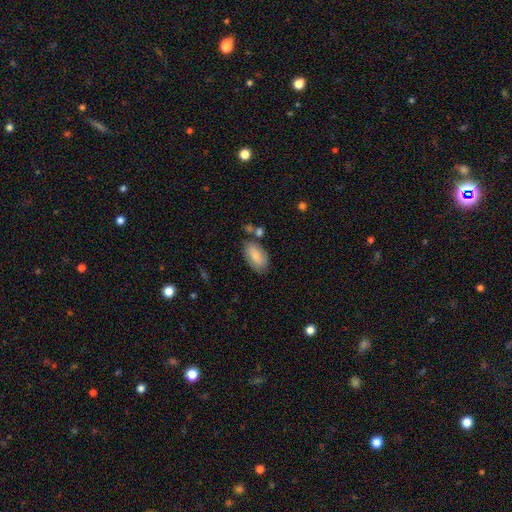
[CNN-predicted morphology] This is clearly a smooth galaxy (82%). How rounded: clearly in between (93%). Merging: likely none (68%).